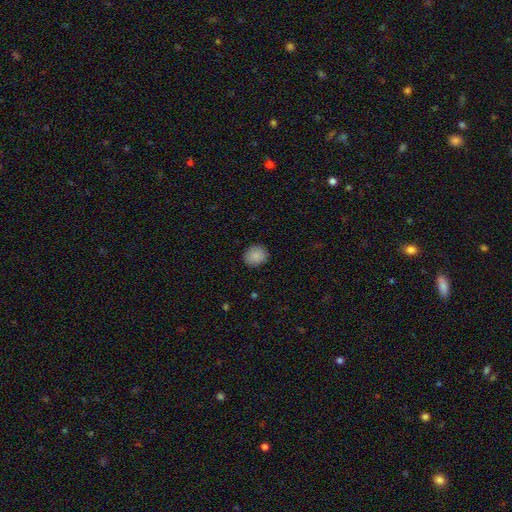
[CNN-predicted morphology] smooth-or-featured: smooth: 88% | star or artifact: 8% | featured or disk: 4%
  how-rounded: round: 69% | in between: 30% | cigar-shaped: 1%
  merging: none: 89% | minor disturbance: 8% | major disturbance: 2% | merger: 1%